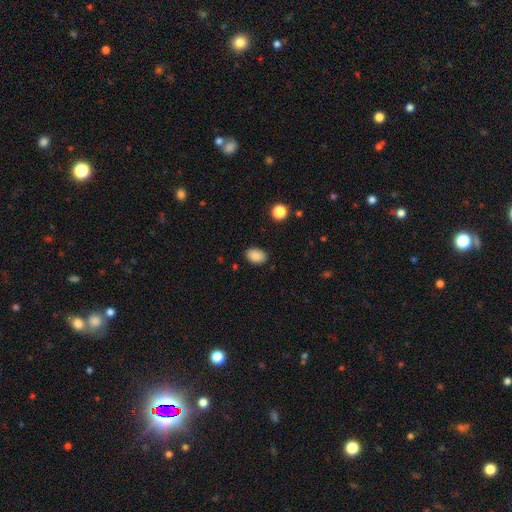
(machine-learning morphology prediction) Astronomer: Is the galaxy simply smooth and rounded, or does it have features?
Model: smooth — 88%.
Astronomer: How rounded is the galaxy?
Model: in between — 83%.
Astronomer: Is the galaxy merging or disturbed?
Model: none — 87%.